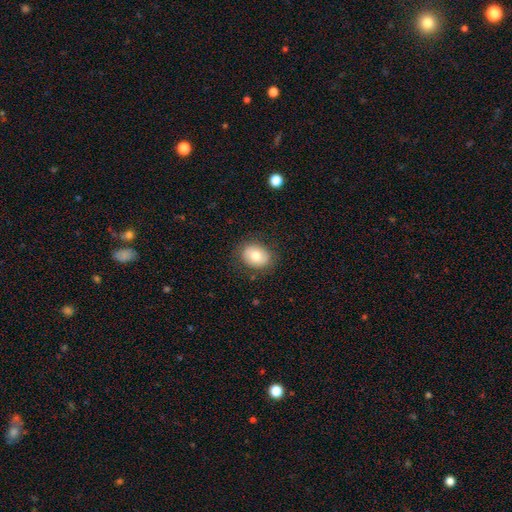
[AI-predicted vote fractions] smooth-or-featured: smooth: 76% | featured or disk: 16% | star or artifact: 8%
  how-rounded: in between: 52% | round: 48% | cigar-shaped: 1%
  merging: none: 83% | minor disturbance: 12% | major disturbance: 4% | merger: 1%